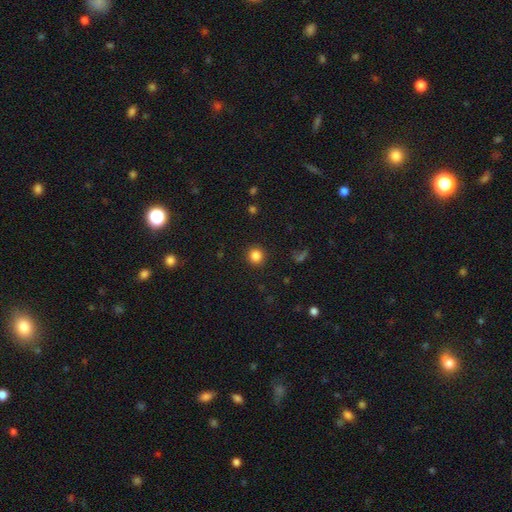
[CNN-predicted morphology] smooth_or_featured: smooth (p=0.84) [alt: star or artifact p=0.12]
how_rounded: round (p=0.93) [alt: in between p=0.06]
merging: none (p=0.92) [alt: minor disturbance p=0.05]